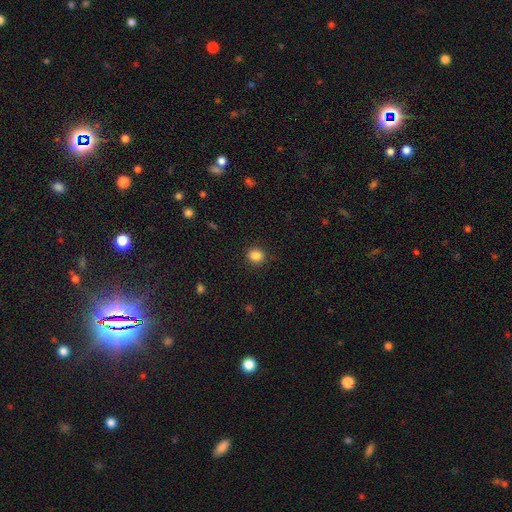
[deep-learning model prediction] smooth-or-featured: smooth: 84% | star or artifact: 11% | featured or disk: 4%
  how-rounded: round: 83% | in between: 16% | cigar-shaped: 1%
  merging: none: 90% | minor disturbance: 7% | major disturbance: 2% | merger: 1%